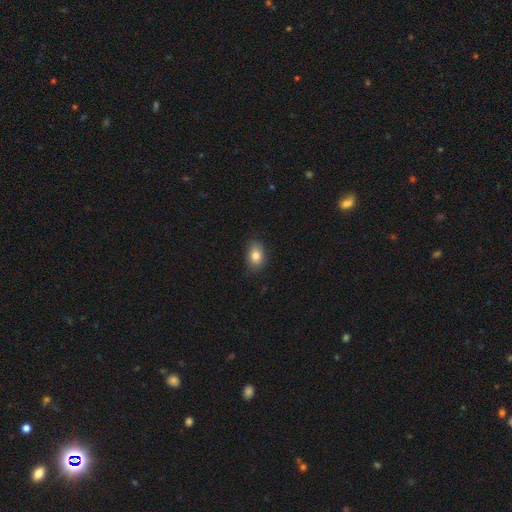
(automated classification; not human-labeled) A smooth galaxy with no disk features (83%) that is in between round and cigar-shaped (78%). Merging: none (80%).